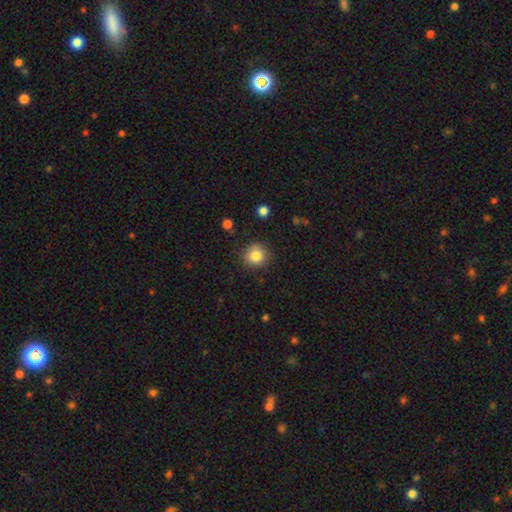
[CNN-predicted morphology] smooth_or_featured: smooth (p=0.83) [alt: star or artifact p=0.11]
how_rounded: round (p=0.89) [alt: in between p=0.10]
merging: none (p=0.85) [alt: minor disturbance p=0.10]